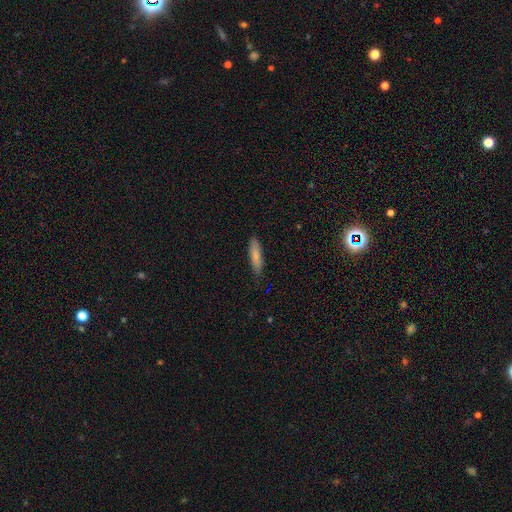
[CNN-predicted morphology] This is clearly a smooth galaxy (81%). How rounded: likely cigar-shaped (74%). Merging: clearly none (84%).